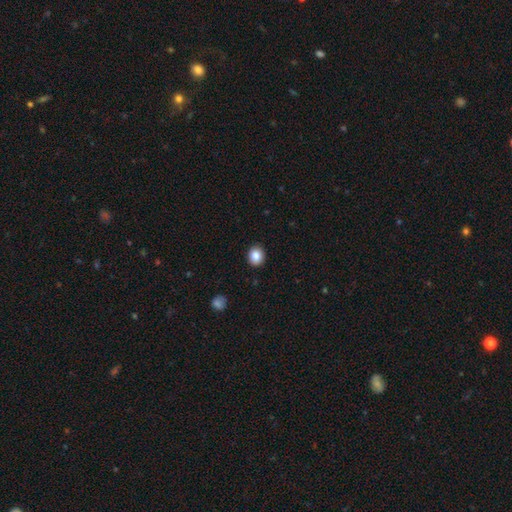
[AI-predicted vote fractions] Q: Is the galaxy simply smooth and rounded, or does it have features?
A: smooth — 86%.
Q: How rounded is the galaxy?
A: round — 64%.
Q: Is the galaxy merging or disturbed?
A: none — 91%.